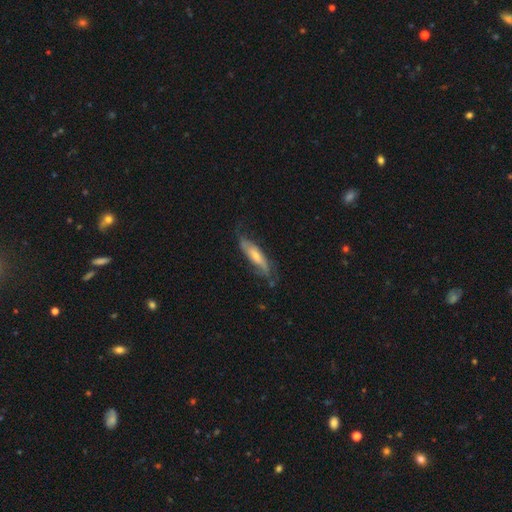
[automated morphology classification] smooth-or-featured: featured or disk: 52% | smooth: 42% | star or artifact: 6%
  disk-edge-on: no: 65% | yes: 35%
  merging: none: 59% | minor disturbance: 27% | major disturbance: 12% | merger: 2%